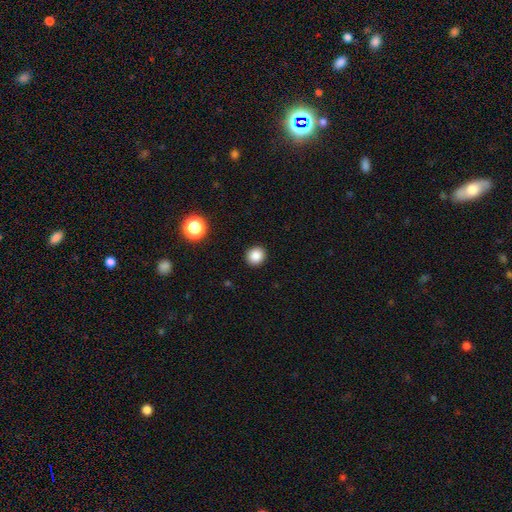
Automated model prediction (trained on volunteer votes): Q: Smooth or featured?
A: smooth (86%); runner-up: star or artifact (11%)
Q: How rounded?
A: round (85%); runner-up: in between (14%)
Q: Merging?
A: none (92%); runner-up: minor disturbance (5%)